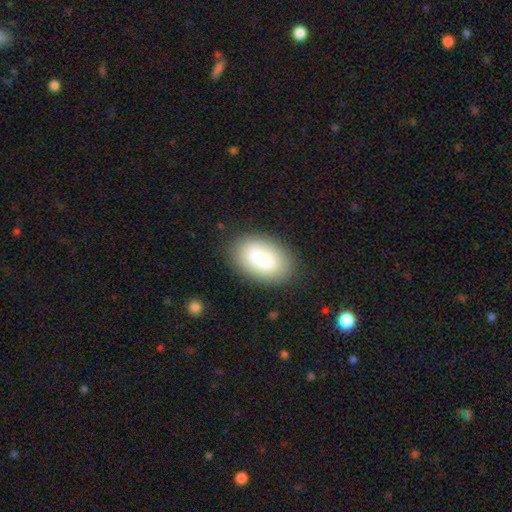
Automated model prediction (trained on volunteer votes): Q: Smooth or featured?
A: smooth (81%); runner-up: featured or disk (12%)
Q: How rounded?
A: in between (92%); runner-up: round (6%)
Q: Merging?
A: none (82%); runner-up: minor disturbance (12%)